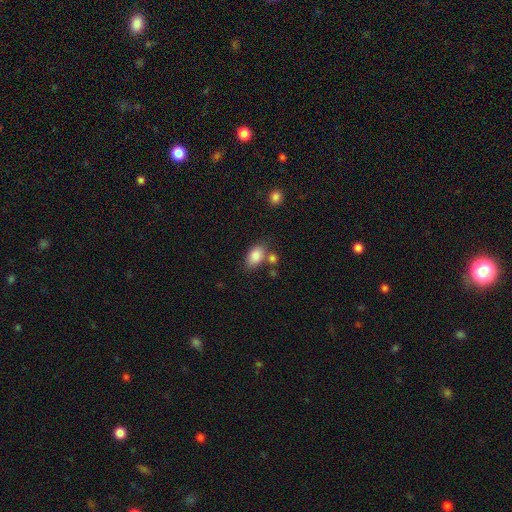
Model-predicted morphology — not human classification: The model was most divided on "merging": none: 63%, merger: 17%, minor disturbance: 15%, major disturbance: 4%. More confident: how rounded — in between (88%); smooth or featured — smooth (84%).